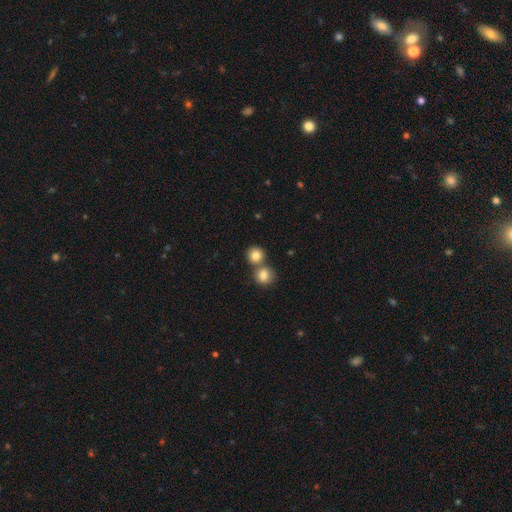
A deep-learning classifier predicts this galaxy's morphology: smooth_or_featured: smooth (p=0.84) [alt: star or artifact p=0.09]
how_rounded: round (p=0.87) [alt: in between p=0.13]
merging: none (p=0.50) [alt: merger p=0.42]